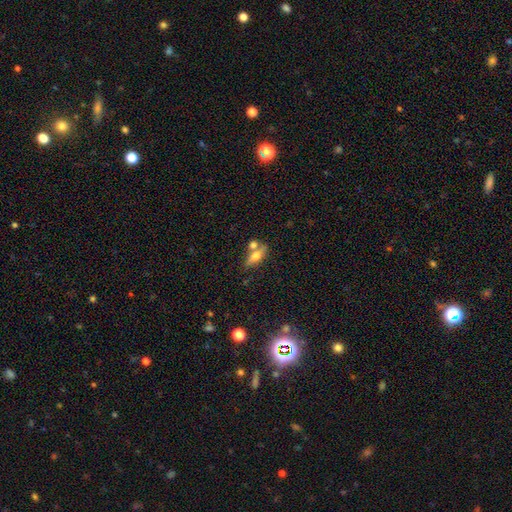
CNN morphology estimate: Smooth or featured?
  - smooth: 58% *
  - featured or disk: 34%
  - star or artifact: 8%
How rounded?
  - in between: 60% *
  - cigar-shaped: 34%
  - round: 5%
Merging?
  - none: 55% *
  - merger: 28%
  - minor disturbance: 13%
  - major disturbance: 5%